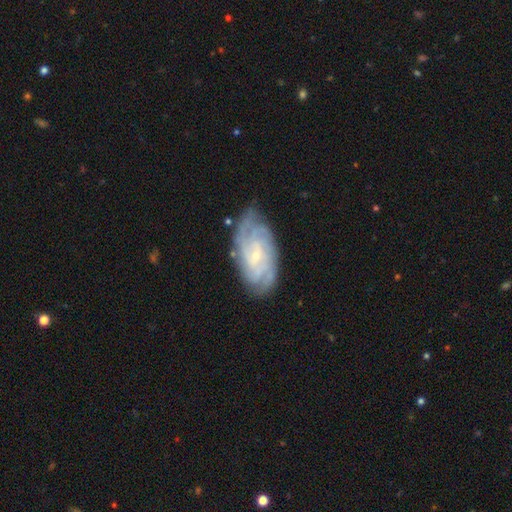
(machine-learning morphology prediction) featured or disk 85%, smooth 9%, star or artifact 6%. Down the decision tree: edge-on disk — no (95%); bar — no (51%); spiral arms — yes (97%); spiral arm count — can't tell (29%); spiral winding — tight (71%); bulge size — small (77%); merging — none (77%).